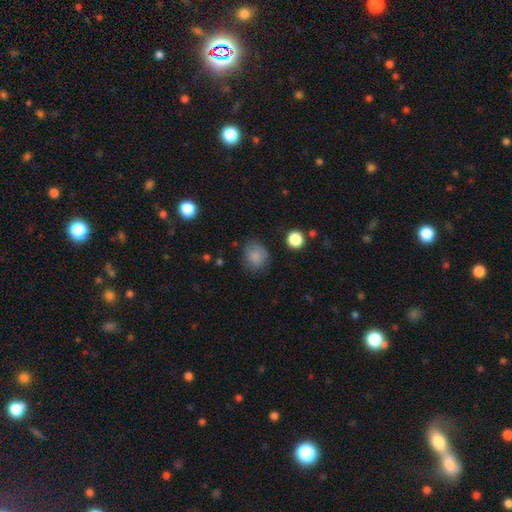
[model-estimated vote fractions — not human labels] Smooth or featured?
  - smooth: 84% *
  - star or artifact: 10%
  - featured or disk: 6%
How rounded?
  - round: 77% *
  - in between: 22%
  - cigar-shaped: 1%
Merging?
  - none: 73% *
  - minor disturbance: 20%
  - major disturbance: 5%
  - merger: 2%